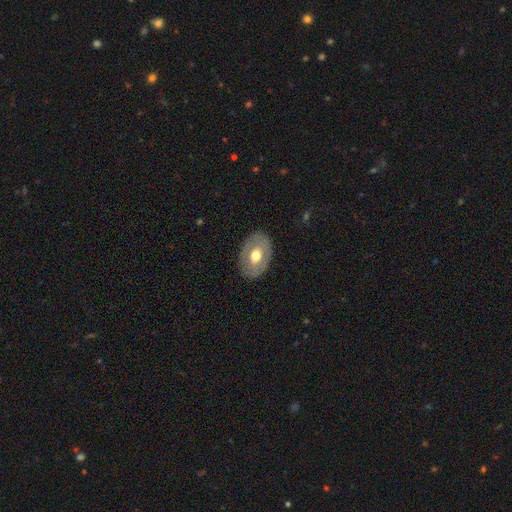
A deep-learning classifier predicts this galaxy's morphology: Smooth or featured? Predicted: featured or disk (p=0.48). Merging? Predicted: none (p=0.83).